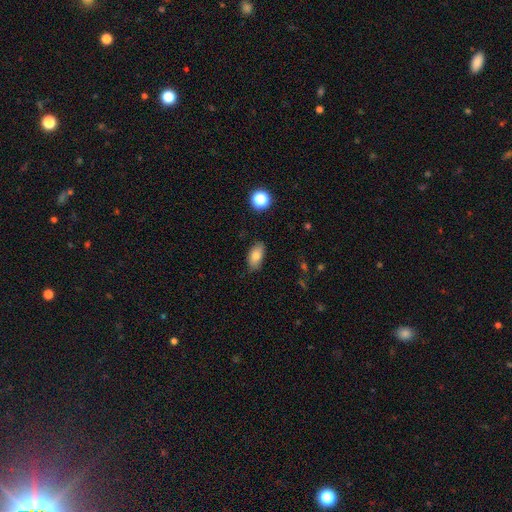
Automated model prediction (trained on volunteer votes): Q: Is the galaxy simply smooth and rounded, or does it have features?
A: smooth — 79%.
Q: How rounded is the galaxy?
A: in between — 91%.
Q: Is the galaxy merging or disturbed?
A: none — 82%.